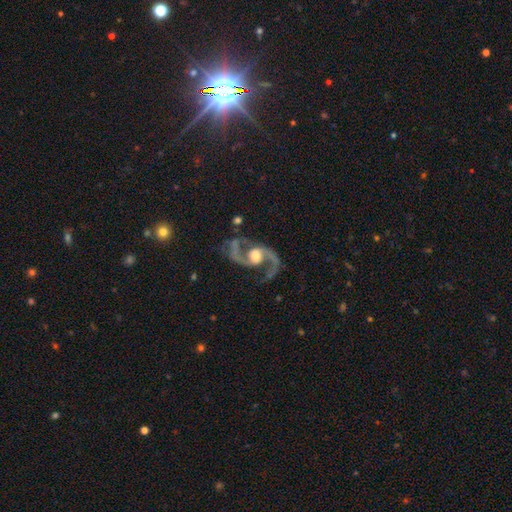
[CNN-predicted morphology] A featured or disk galaxy (93%) with no bar (52%), 2 (94%) loose (50%) spiral arms (98%) and a moderate central bulge (64%). Merging: none (72%).